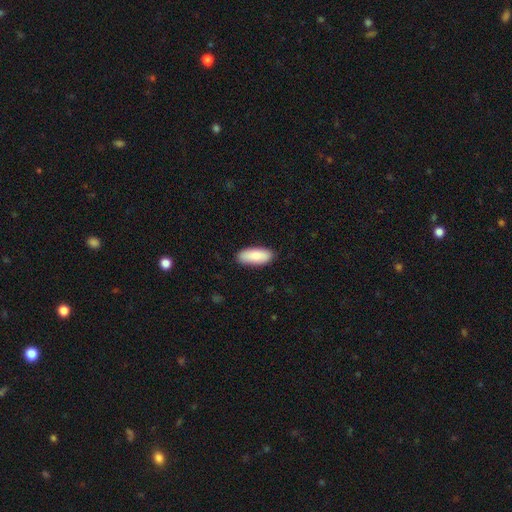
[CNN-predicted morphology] The model was most divided on "how rounded": in between: 84%, cigar-shaped: 15%, round: 2%. More confident: merging — none (87%); smooth or featured — smooth (87%).